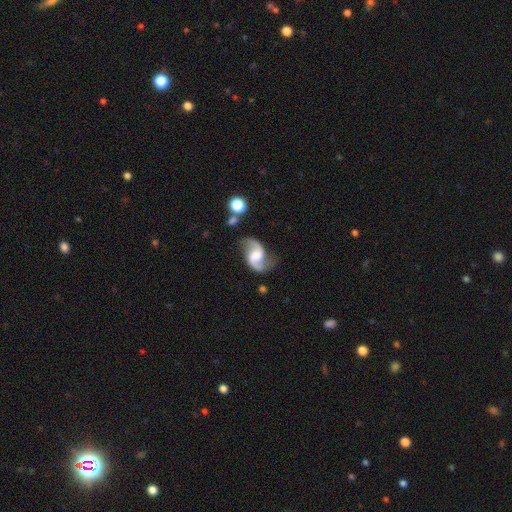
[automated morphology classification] Smooth or featured?
  - featured or disk: 87% *
  - smooth: 7%
  - star or artifact: 5%
Edge-on disk?
  - no: 98% *
  - yes: 2%
Bar?
  - weak: 45% *
  - no: 39%
  - strong: 15%
Spiral arms?
  - yes: 97% *
  - no: 3%
Spiral winding?
  - loose: 61% *
  - medium: 33%
  - tight: 6%
Spiral arm count?
  - 2: 93% *
  - can't tell: 2%
  - 1: 2%
  - 3: 1%
  - 4: 1%
  - more than 4: 1%
Bulge size?
  - moderate: 36% *
  - large: 24%
  - small: 19%
  - none: 18%
  - dominant: 3%
Merging?
  - none: 72% *
  - minor disturbance: 16%
  - major disturbance: 8%
  - merger: 4%